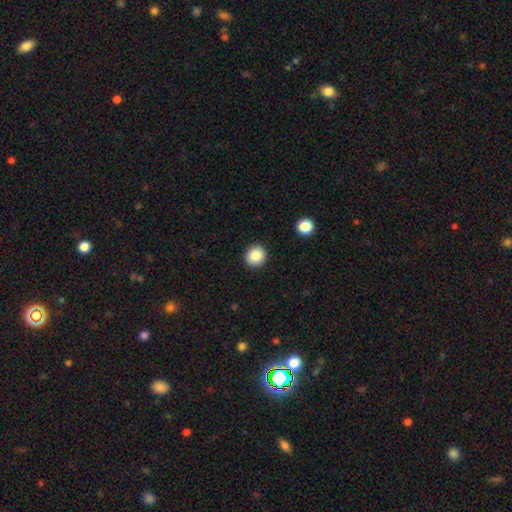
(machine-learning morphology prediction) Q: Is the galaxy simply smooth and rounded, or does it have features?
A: smooth — 86%.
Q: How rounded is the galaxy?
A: round — 88%.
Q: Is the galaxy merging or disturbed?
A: none — 92%.